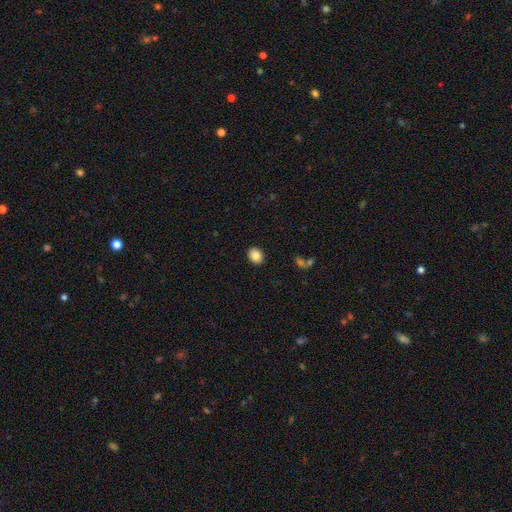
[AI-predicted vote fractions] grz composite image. It shows a smooth galaxy with no disk features (84%) that is round (56%). Merging: none (91%).